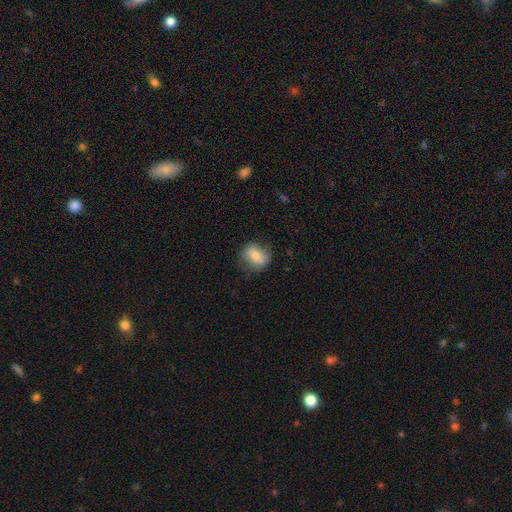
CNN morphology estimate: A smooth galaxy with no disk features (65%) that is in between round and cigar-shaped (51%).

Vote fractions:
- Smooth or featured? smooth: 65% / featured or disk: 27% / star or artifact: 8%
- How rounded? in between: 51% / round: 47% / cigar-shaped: 2%
- Merging? none: 72% / minor disturbance: 20% / major disturbance: 7% / merger: 1%